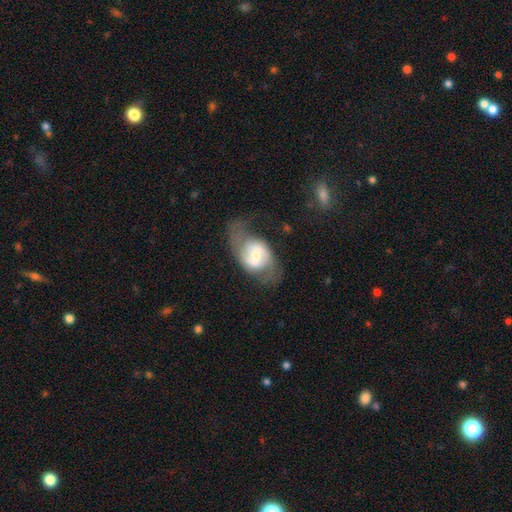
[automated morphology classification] Overall: featured or disk (74%). Edge-on disk: no (96%). Bar: weak (51%; strong 25%). Spiral arms: yes (89%). Spiral arm count: 2 (84%). Spiral winding: loose (43%; medium 42%). Bulge size: moderate (45%; small 43%). Merging: none (53%; major disturbance 24%).